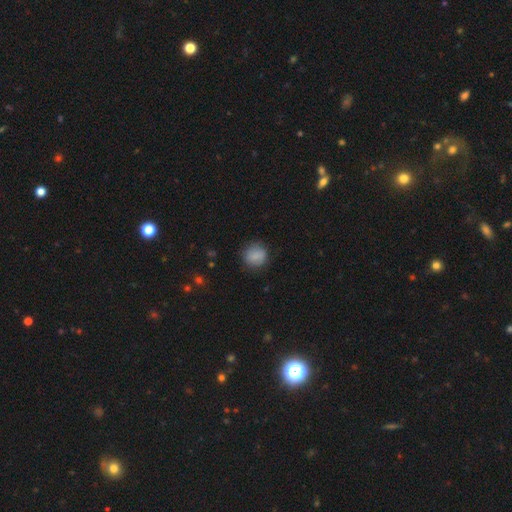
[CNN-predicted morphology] Smooth or featured? Predicted: smooth (p=0.84). How rounded? Predicted: round (p=0.81). Merging? Predicted: none (p=0.83).